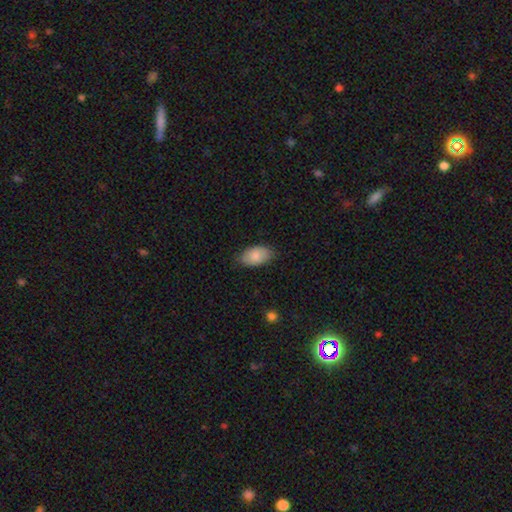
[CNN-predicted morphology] smooth_or_featured: smooth (p=0.85) [alt: featured or disk p=0.08]
how_rounded: in between (p=0.94) [alt: round p=0.05]
merging: none (p=0.82) [alt: minor disturbance p=0.15]